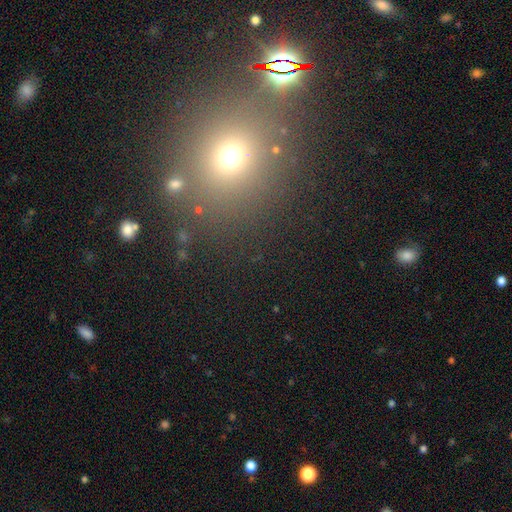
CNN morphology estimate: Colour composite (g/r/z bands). It shows a smooth galaxy with no disk features (47%). Merging: none (83%).